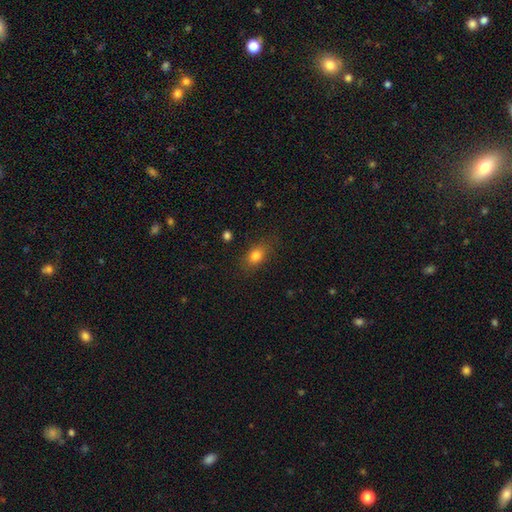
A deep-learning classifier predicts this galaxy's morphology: Overall: smooth (82%). How rounded: in between (78%). Merging: none (79%).